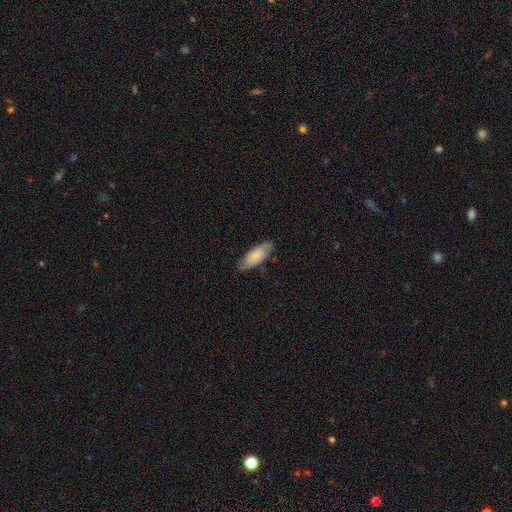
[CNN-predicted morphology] Q: Smooth or featured?
A: smooth (74%); runner-up: featured or disk (20%)
Q: How rounded?
A: in between (75%); runner-up: cigar-shaped (24%)
Q: Merging?
A: none (79%); runner-up: minor disturbance (17%)